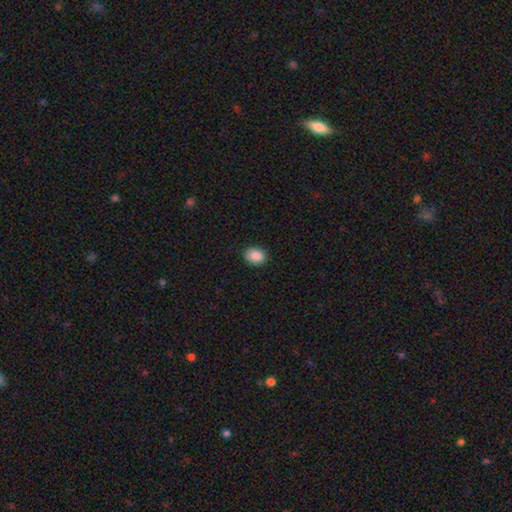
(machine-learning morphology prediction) A smooth galaxy with no disk features (89%) that is in between round and cigar-shaped (67%).

Vote fractions:
- Smooth or featured? smooth: 89% / star or artifact: 8% / featured or disk: 3%
- How rounded? in between: 67% / round: 32% / cigar-shaped: 1%
- Merging? none: 88% / minor disturbance: 9% / major disturbance: 2% / merger: 1%